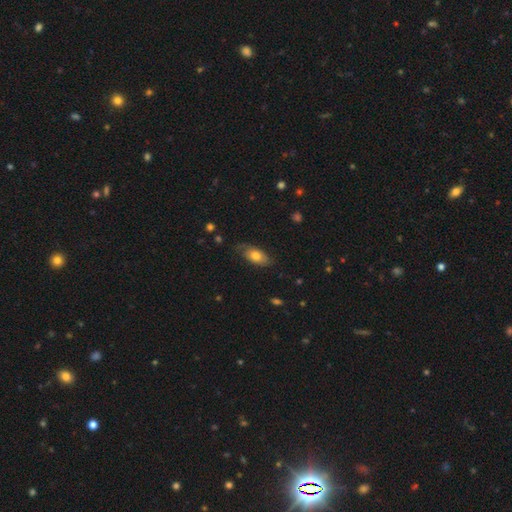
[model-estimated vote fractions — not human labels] Morphology: type=smooth (66%); roundness=in between (88%); merging=none (65%).